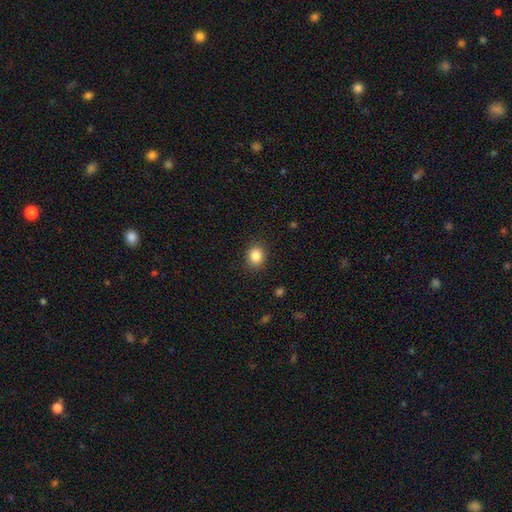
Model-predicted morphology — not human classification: smooth_or_featured: smooth (p=0.86) [alt: star or artifact p=0.10]
how_rounded: round (p=0.64) [alt: in between p=0.35]
merging: none (p=0.88) [alt: minor disturbance p=0.08]